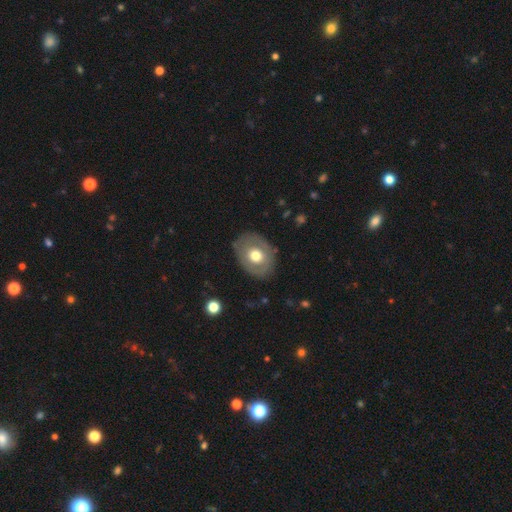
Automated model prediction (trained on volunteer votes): This appears to be a smooth galaxy with no disk features (56%) that is in between round and cigar-shaped (60%). Merging: none (81%).